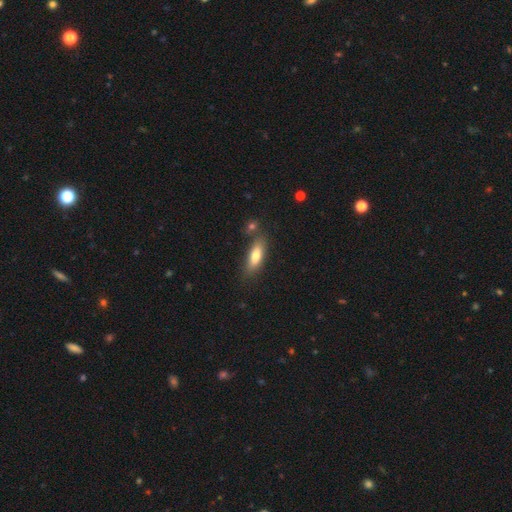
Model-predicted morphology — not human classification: This appears to be a smooth galaxy with no disk features (75%) that is in between round and cigar-shaped (61%). Merging: none (71%).